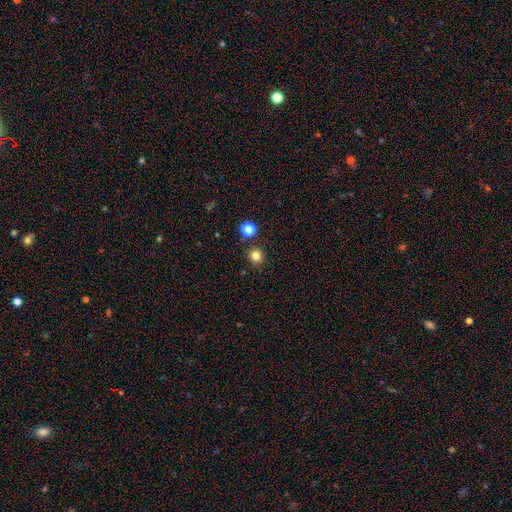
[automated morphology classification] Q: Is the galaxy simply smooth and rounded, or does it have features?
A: smooth — 81%.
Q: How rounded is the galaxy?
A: round — 93%.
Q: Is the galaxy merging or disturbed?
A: none — 88%.